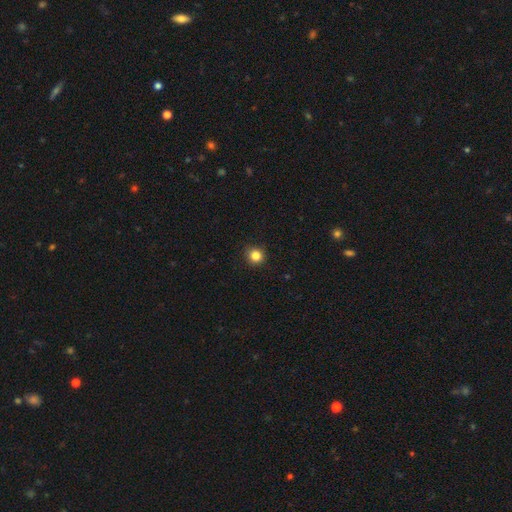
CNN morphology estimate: Q: Smooth or featured?
A: smooth (84%); runner-up: star or artifact (12%)
Q: How rounded?
A: round (91%); runner-up: in between (8%)
Q: Merging?
A: none (91%); runner-up: minor disturbance (7%)